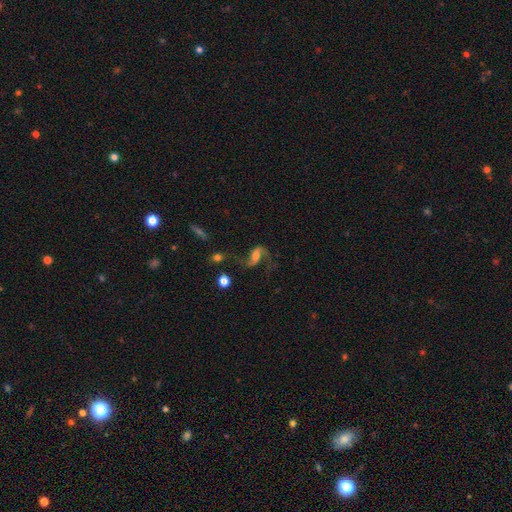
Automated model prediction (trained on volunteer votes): A featured or disk galaxy (80%) with a weak bar (45%), 2 (89%) loose (76%) spiral arms (94%) and a moderate central bulge (40%). Merging: none (59%).